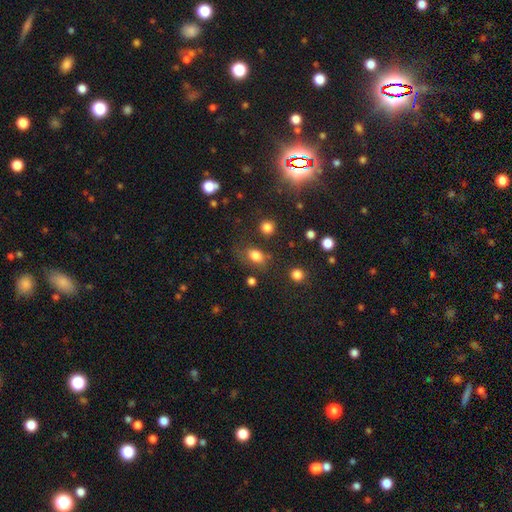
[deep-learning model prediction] This appears to be a smooth galaxy with no disk features (80%) that is in between round and cigar-shaped (70%). Merging: none (64%).